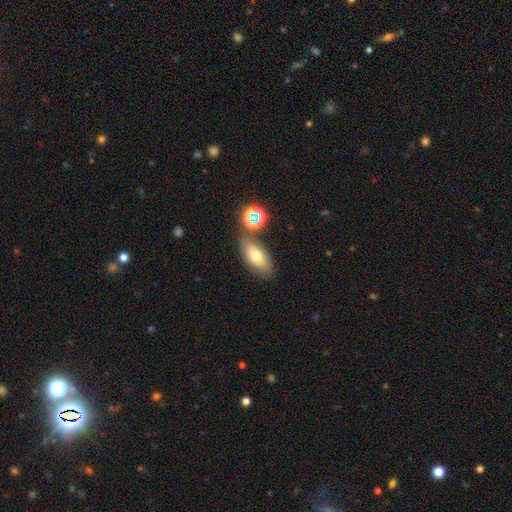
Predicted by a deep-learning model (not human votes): Morphology: type=smooth (68%); roundness=in between (85%); merging=none (68%).